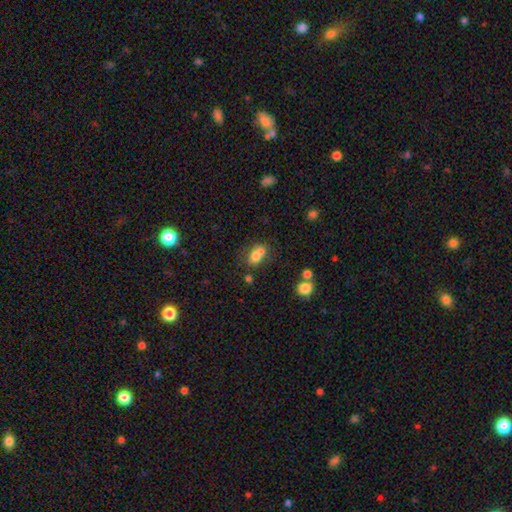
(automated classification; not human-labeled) smooth 73%, featured or disk 15%, star or artifact 12%. Down the decision tree: how rounded — in between (65%); merging — merger (52%).